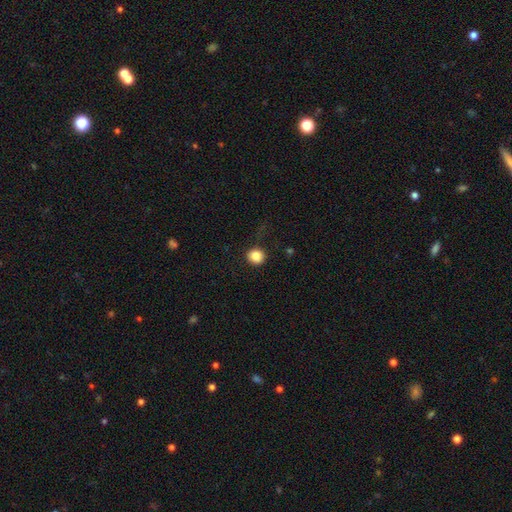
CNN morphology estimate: smooth-or-featured: smooth: 83% | star or artifact: 11% | featured or disk: 6%
  how-rounded: round: 87% | in between: 12% | cigar-shaped: 1%
  merging: none: 82% | minor disturbance: 12% | major disturbance: 5% | merger: 1%